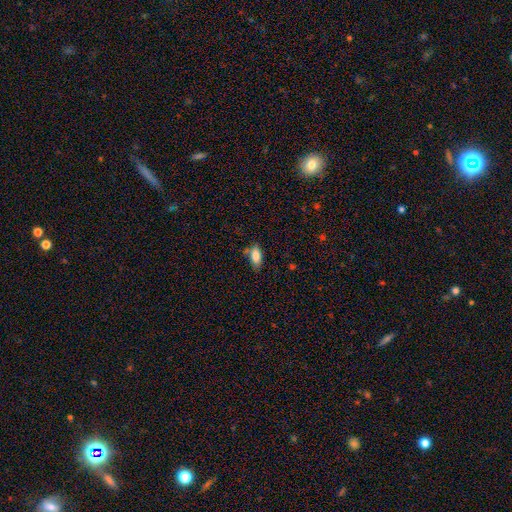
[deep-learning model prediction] A smooth galaxy with no disk features (84%) that is in between round and cigar-shaped (89%). Merging: none (70%).